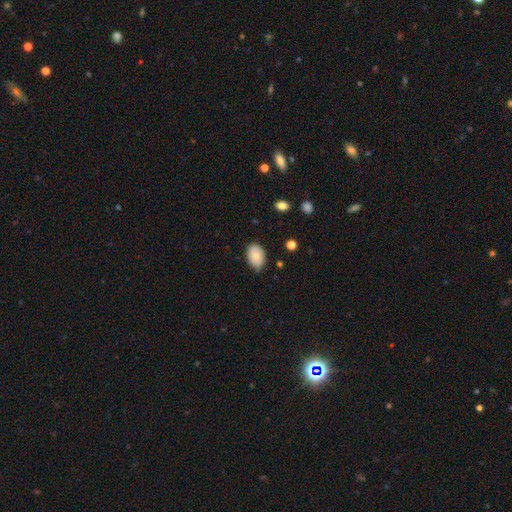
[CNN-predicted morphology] This is clearly a smooth galaxy (82%). How rounded: clearly in between (87%). Merging: likely none (77%).